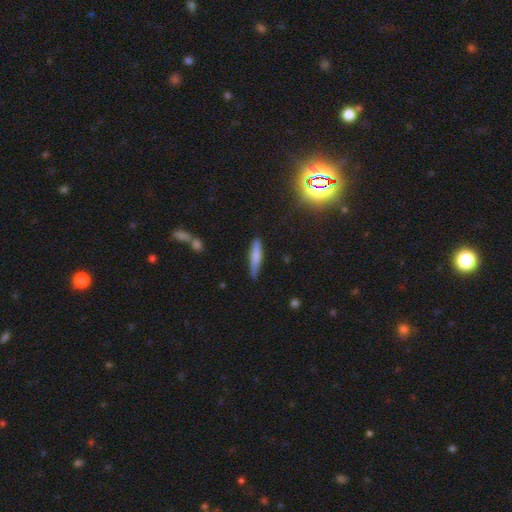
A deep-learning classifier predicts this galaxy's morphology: This is likely a smooth galaxy (70%). How rounded: clearly cigar-shaped (87%). Merging: likely none (77%).